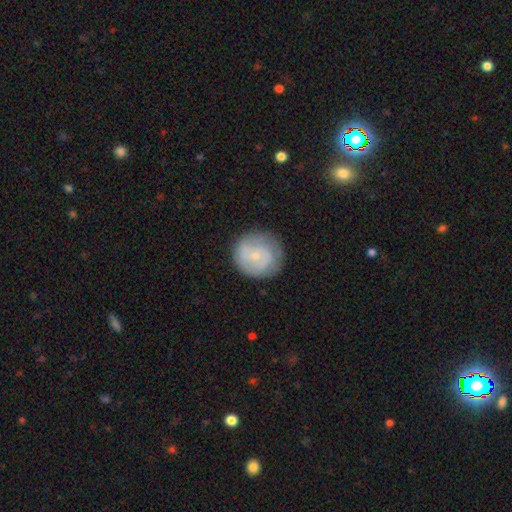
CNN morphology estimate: smooth-or-featured: featured or disk: 53% | smooth: 40% | star or artifact: 7%
  disk-edge-on: no: 97% | yes: 3%
    bar: no: 66% | weak: 29% | strong: 6%
    has-spiral-arms: yes: 79% | no: 21%
    bulge-size: small: 79% | moderate: 15% | none: 4% | large: 1% | dominant: 1%
  merging: none: 79% | minor disturbance: 14% | major disturbance: 5% | merger: 1%